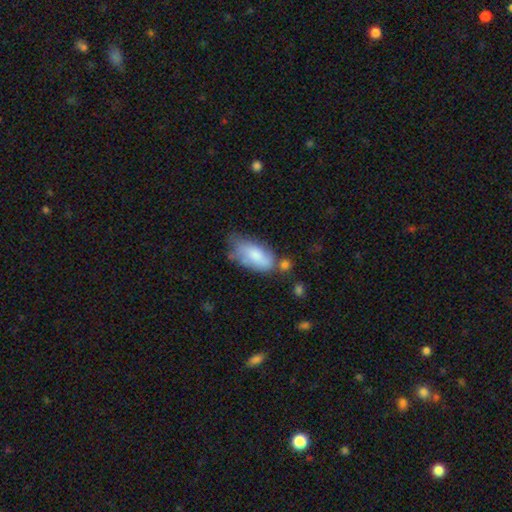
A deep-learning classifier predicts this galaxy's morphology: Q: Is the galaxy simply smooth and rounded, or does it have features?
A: smooth — 72%.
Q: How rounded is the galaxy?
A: in between — 90%.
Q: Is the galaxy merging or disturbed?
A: none — 41%.